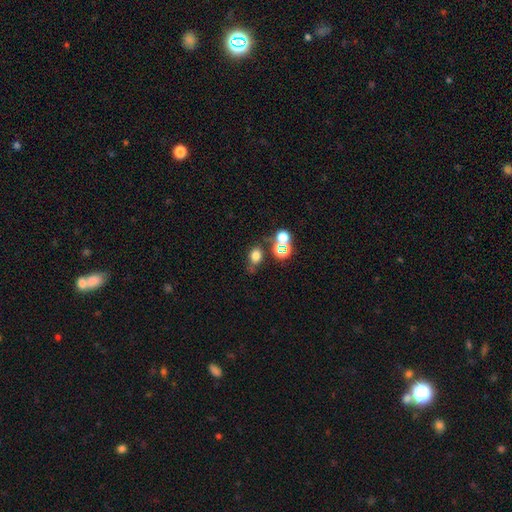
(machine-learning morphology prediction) Smooth or featured? Predicted: smooth (p=0.71). How rounded? Predicted: in between (p=0.60). Merging? Predicted: none (p=0.57).